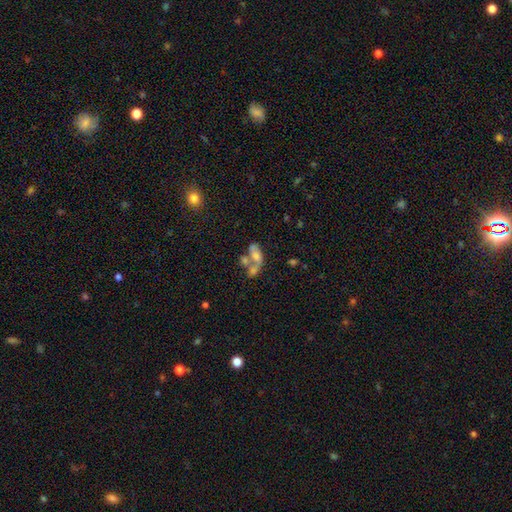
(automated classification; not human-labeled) Smooth or featured: featured or disk — 44% (smooth — 43%)
Merging: merger — 56% (none — 18%)